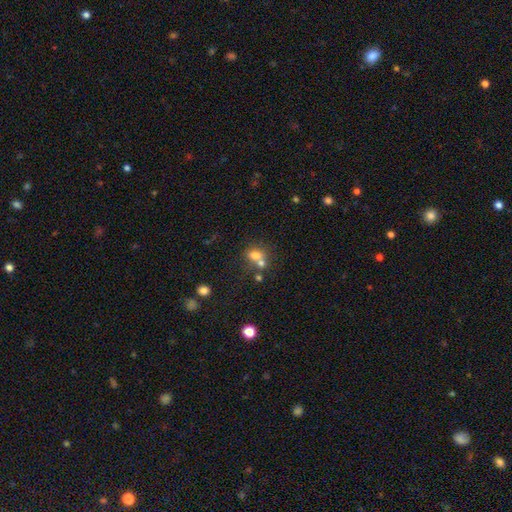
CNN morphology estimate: smooth_or_featured: smooth (p=0.71) [alt: star or artifact p=0.15]
how_rounded: round (p=0.55) [alt: in between p=0.44]
merging: merger (p=0.48) [alt: none p=0.38]